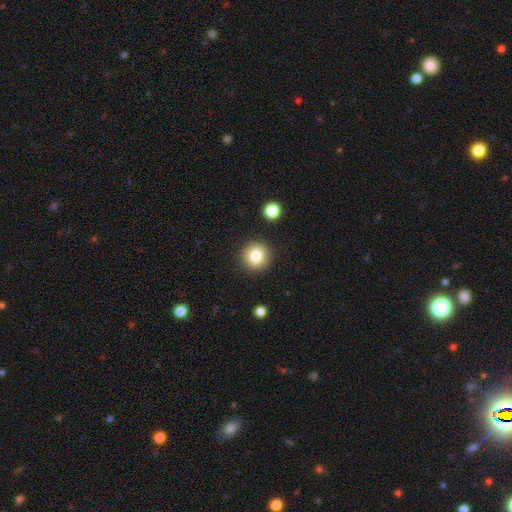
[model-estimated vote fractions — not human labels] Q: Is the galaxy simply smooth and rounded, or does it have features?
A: smooth — 82%.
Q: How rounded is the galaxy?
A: round — 94%.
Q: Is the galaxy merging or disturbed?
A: none — 89%.